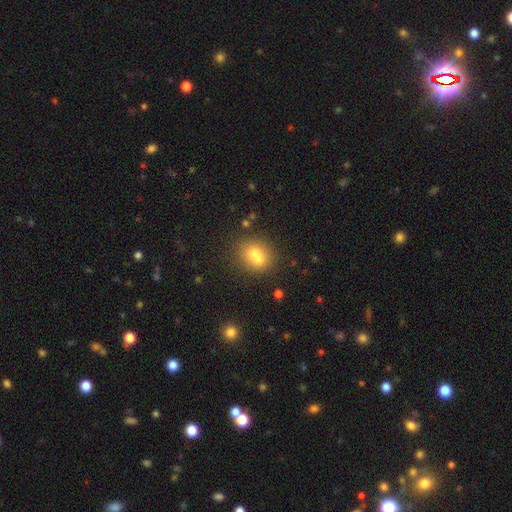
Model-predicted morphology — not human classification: A smooth galaxy with no disk features (69%) that is round (59%). Merging: merger (45%).